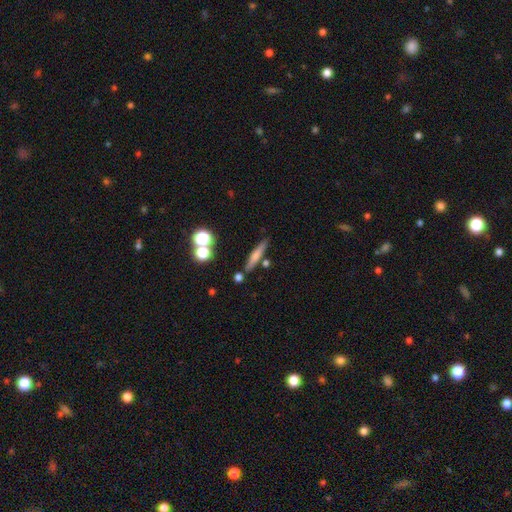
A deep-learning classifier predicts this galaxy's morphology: Q: Smooth or featured?
A: smooth (61%); runner-up: featured or disk (29%)
Q: How rounded?
A: cigar-shaped (87%); runner-up: in between (9%)
Q: Merging?
A: none (77%); runner-up: minor disturbance (11%)